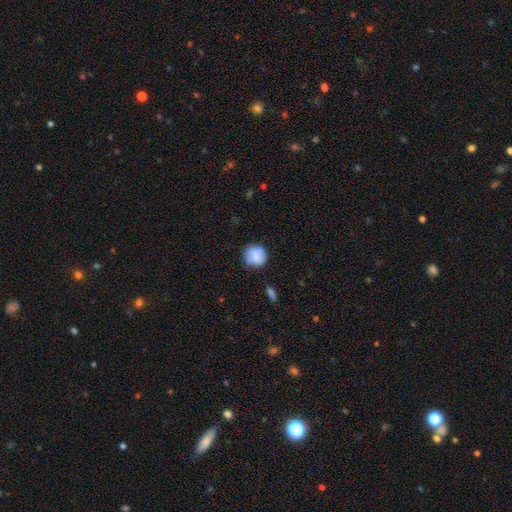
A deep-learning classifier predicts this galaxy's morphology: The model was most divided on "merging": none: 71%, minor disturbance: 19%, major disturbance: 5%, merger: 4%. More confident: how rounded — round (87%); smooth or featured — smooth (78%).